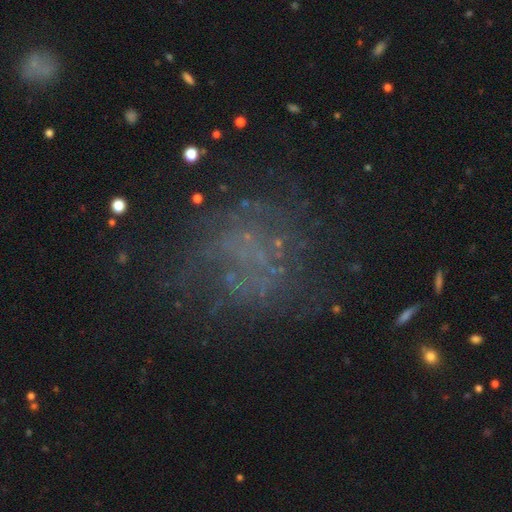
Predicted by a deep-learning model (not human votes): Overall: featured or disk (52%; star or artifact 27%). Edge-on disk: no (98%). Bar: no (91%). Spiral arms: no (81%). Bulge size: none (76%). Merging: none (57%; major disturbance 23%).